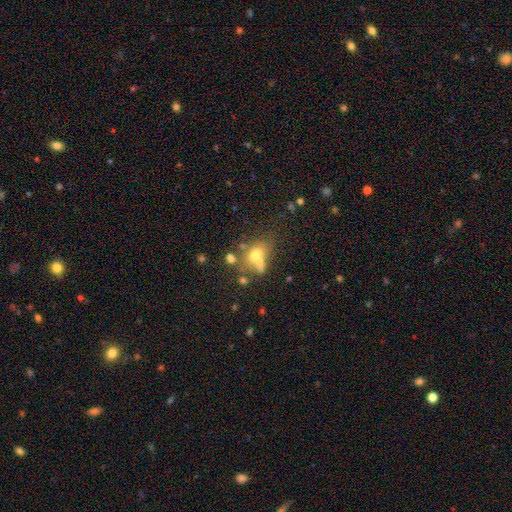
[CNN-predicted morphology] The model was most divided on "merging": merger: 40%, none: 35%, minor disturbance: 14%, major disturbance: 12%. More confident: smooth or featured — smooth (59%); how rounded — in between (57%).